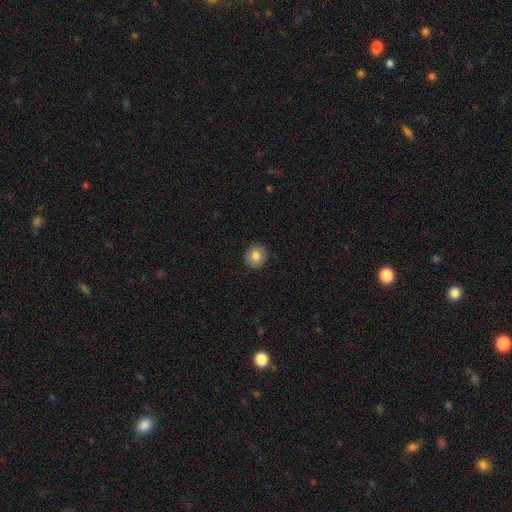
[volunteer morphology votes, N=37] smooth-or-featured: smooth: 86% | featured or disk: 8% | star or artifact: 5%
  how-rounded: round: 84% | in between: 16% | cigar-shaped: 0%
  merging: none: 83% | minor disturbance: 11% | major disturbance: 6% | merger: 0%